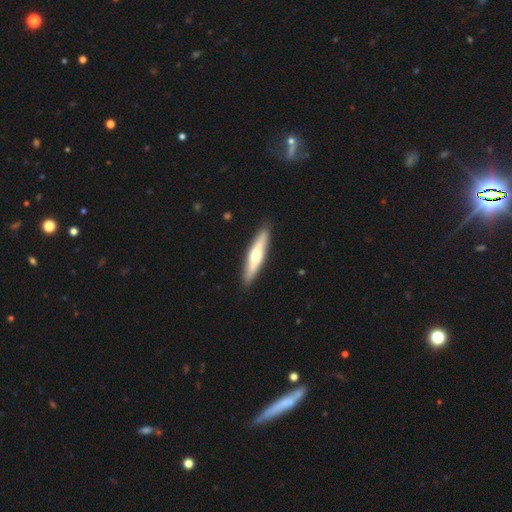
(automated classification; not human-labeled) This appears to be a featured or disk galaxy (48%). Merging: none (90%).